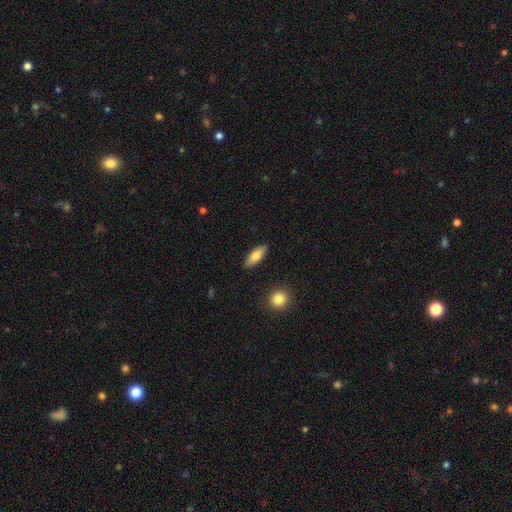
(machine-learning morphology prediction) smooth 74%, featured or disk 20%, star or artifact 6%. Down the decision tree: how rounded — in between (70%); merging — none (88%).